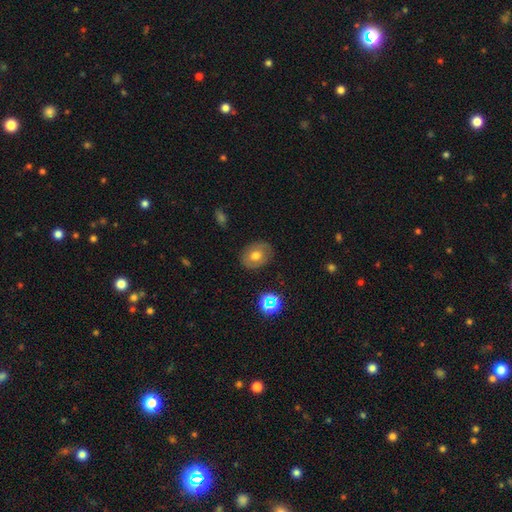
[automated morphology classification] Smooth or featured?
  - smooth: 60% *
  - featured or disk: 27%
  - star or artifact: 13%
How rounded?
  - in between: 54% *
  - round: 45%
  - cigar-shaped: 1%
Merging?
  - none: 82% *
  - minor disturbance: 13%
  - major disturbance: 4%
  - merger: 1%